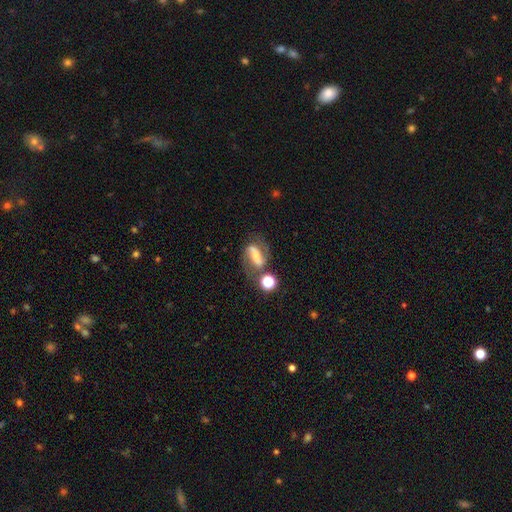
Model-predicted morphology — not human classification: Smooth or featured: featured or disk — 74% (smooth — 17%)
Edge-on disk: no — 94% (yes — 6%)
Bar: strong — 53% (weak — 28%)
Spiral arms: yes — 91% (no — 9%)
Spiral winding: medium — 43% (tied with loose — 43%)
Spiral arm count: 2 — 89% (can't tell — 4%)
Bulge size: small — 46% (moderate — 32%)
Merging: none — 65% (minor disturbance — 16%)